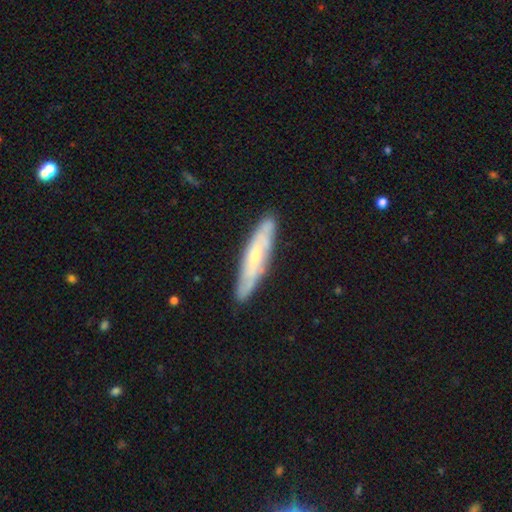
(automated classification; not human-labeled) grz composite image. It shows a featured or disk galaxy (62%) with not edge-on (50%, tied with yes). Merging: none (83%).